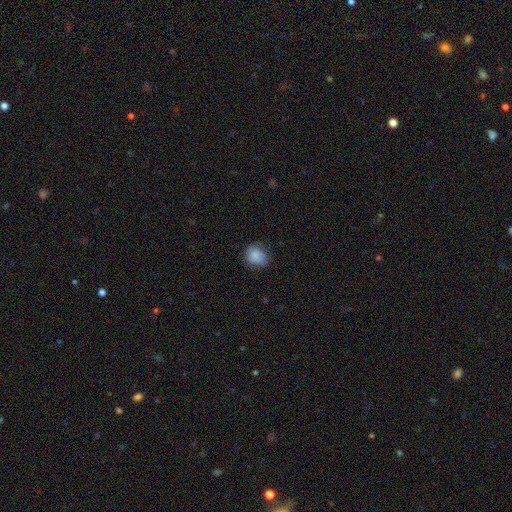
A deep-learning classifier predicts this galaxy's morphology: A smooth galaxy with no disk features (86%) that is round (70%).

Vote fractions:
- Smooth or featured? smooth: 86% / star or artifact: 8% / featured or disk: 6%
- How rounded? round: 70% / in between: 29% / cigar-shaped: 1%
- Merging? none: 71% / minor disturbance: 23% / major disturbance: 6% / merger: 1%